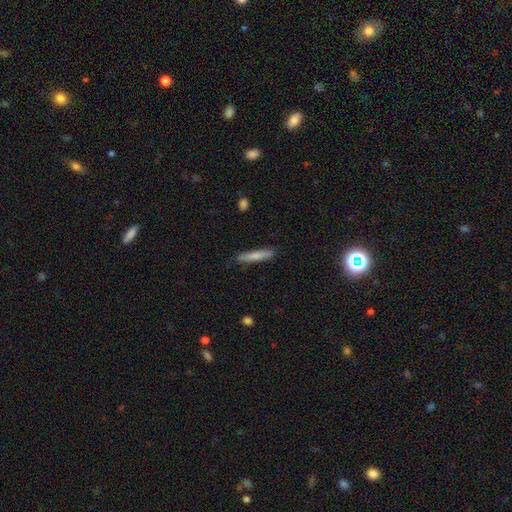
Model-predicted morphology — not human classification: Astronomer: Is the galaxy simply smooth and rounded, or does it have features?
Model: smooth — 74%.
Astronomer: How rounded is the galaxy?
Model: cigar-shaped — 93%.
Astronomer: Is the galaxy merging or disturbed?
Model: none — 89%.